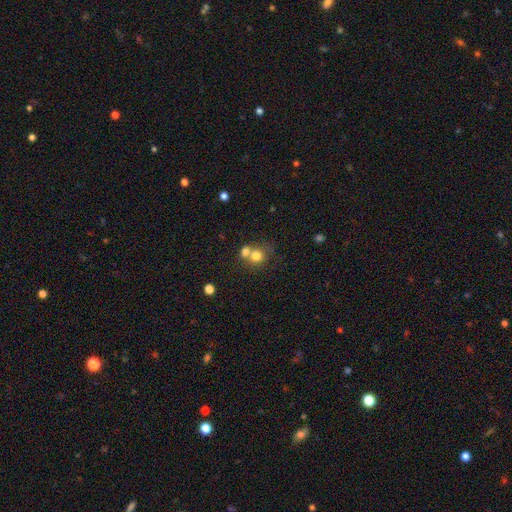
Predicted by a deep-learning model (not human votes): Smooth or featured? smooth (74%)
How rounded? round (82%)
Merging? merger (51%)